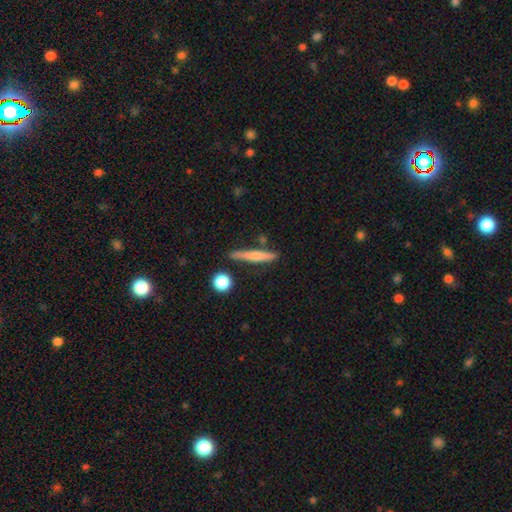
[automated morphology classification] smooth-or-featured: smooth: 57% | featured or disk: 37% | star or artifact: 7%
  how-rounded: cigar-shaped: 91% | in between: 6% | round: 3%
  merging: none: 80% | minor disturbance: 12% | merger: 5% | major disturbance: 3%